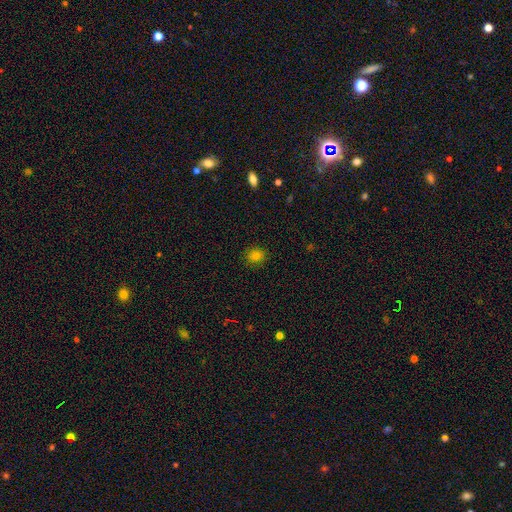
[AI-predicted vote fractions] Smooth or featured: smooth — 80% (star or artifact — 15%)
How rounded: round — 77% (in between — 22%)
Merging: none — 89% (minor disturbance — 8%)